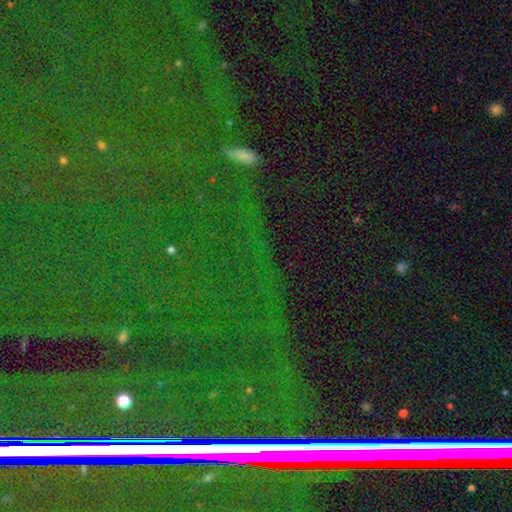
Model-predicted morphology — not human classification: star or artifact 80%, smooth 11%, featured or disk 9%.